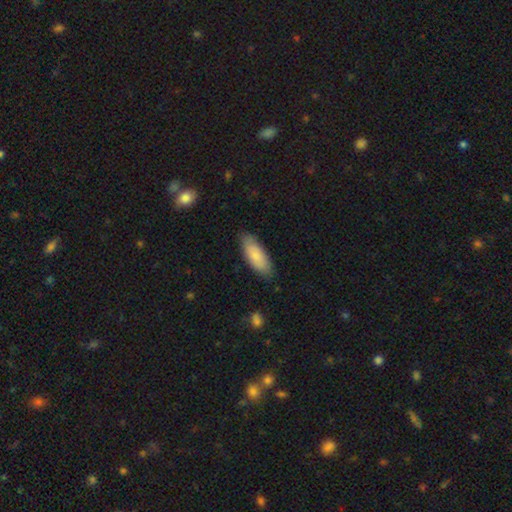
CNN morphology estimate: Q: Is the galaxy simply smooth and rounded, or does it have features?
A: smooth — 81%.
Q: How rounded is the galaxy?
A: in between — 72%.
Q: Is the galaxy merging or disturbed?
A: none — 82%.